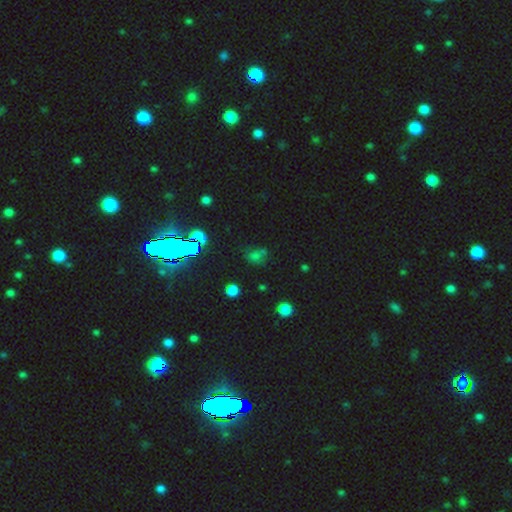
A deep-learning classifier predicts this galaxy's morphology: Smooth or featured? star or artifact (49%)